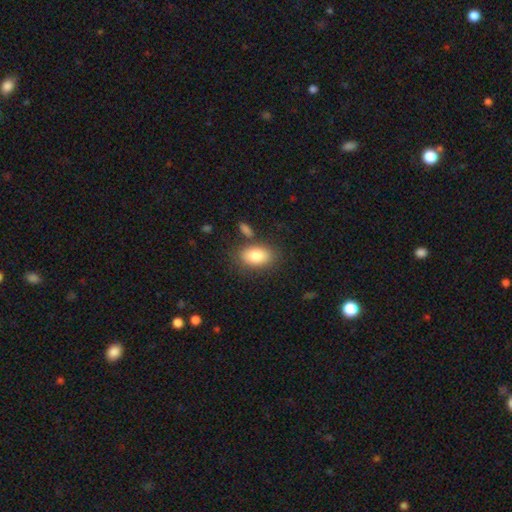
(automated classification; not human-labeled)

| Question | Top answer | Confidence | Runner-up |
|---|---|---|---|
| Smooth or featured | smooth | 81% | featured or disk (11%) |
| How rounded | in between | 88% | round (11%) |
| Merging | none | 75% | minor disturbance (14%) |